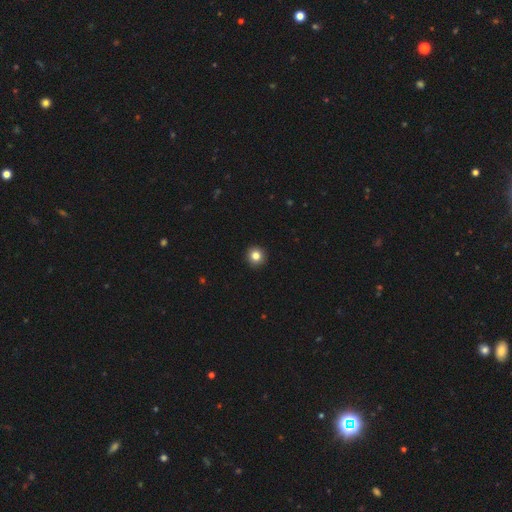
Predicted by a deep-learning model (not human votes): Smooth or featured: smooth — 84% (star or artifact — 11%)
How rounded: round — 95% (in between — 4%)
Merging: none — 94% (minor disturbance — 4%)